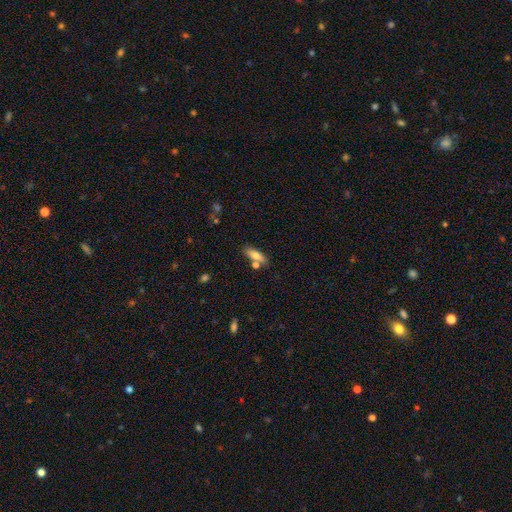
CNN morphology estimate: Overall: smooth (74%). How rounded: in between (58%; cigar-shaped 39%). Merging: none (68%).